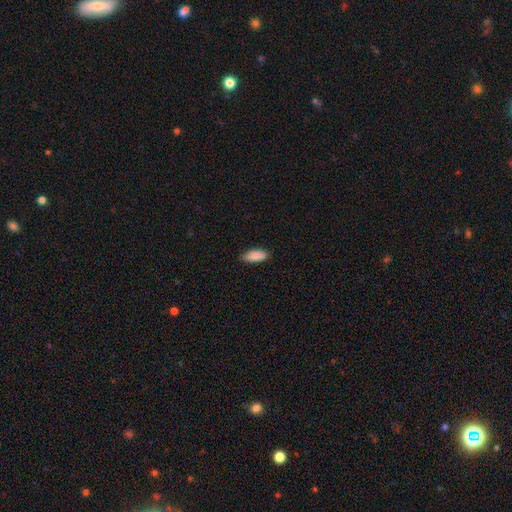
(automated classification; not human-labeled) Smooth or featured? Predicted: smooth (p=0.90). How rounded? Predicted: in between (p=0.82). Merging? Predicted: none (p=0.83).